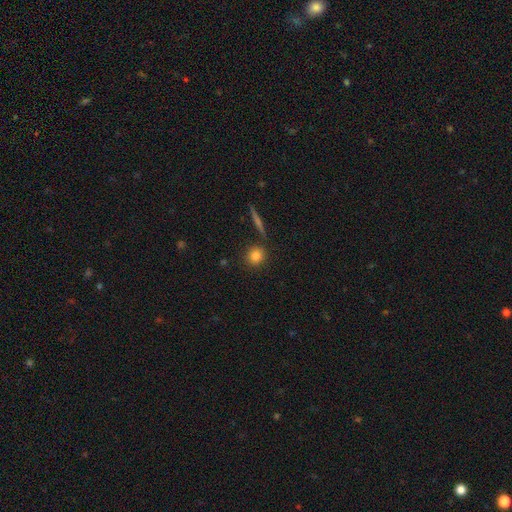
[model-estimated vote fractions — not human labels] Smooth or featured: smooth — 82% (star or artifact — 10%)
How rounded: round — 86% (in between — 11%)
Merging: none — 86% (minor disturbance — 7%)